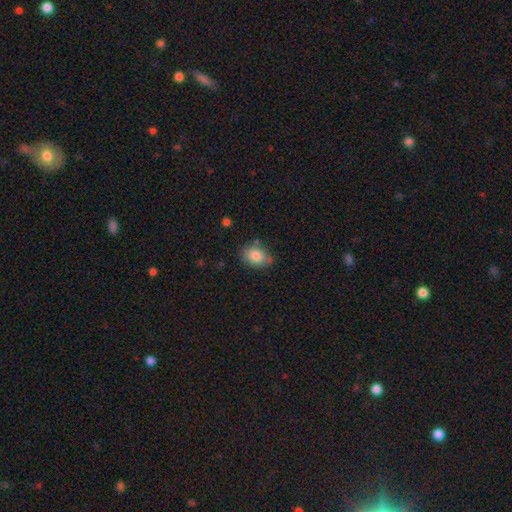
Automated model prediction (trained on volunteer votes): Smooth or featured? Predicted: smooth (p=0.82). How rounded? Predicted: in between (p=0.72). Merging? Predicted: none (p=0.71).